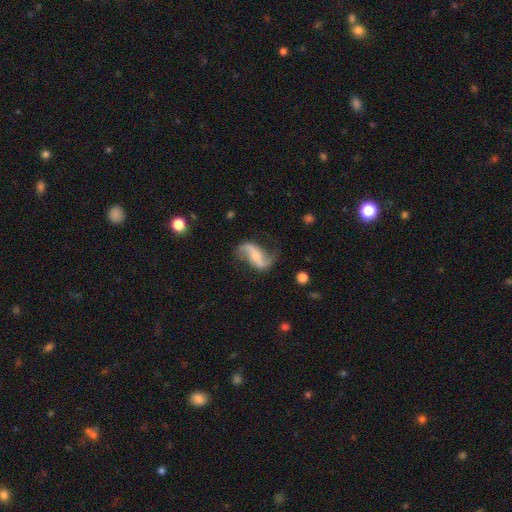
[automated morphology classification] type=featured or disk (84%); edge-on=no (95%); bar=strong (34%, tied with weak); spiral arms=yes (94%); winding=loose (86%); arm count=2 (93%); bulge=small (46%); merging=none (74%).